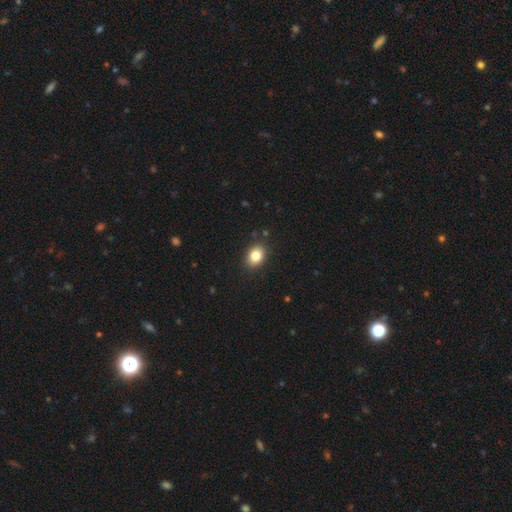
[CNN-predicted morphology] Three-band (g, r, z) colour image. It shows a smooth galaxy with no disk features (84%) that is in between round and cigar-shaped (64%). Merging: none (88%).